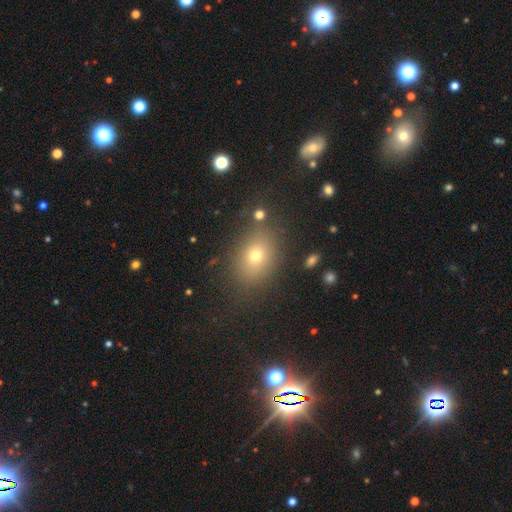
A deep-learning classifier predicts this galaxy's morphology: type=smooth (69%); roundness=in between (62%); merging=none (80%).